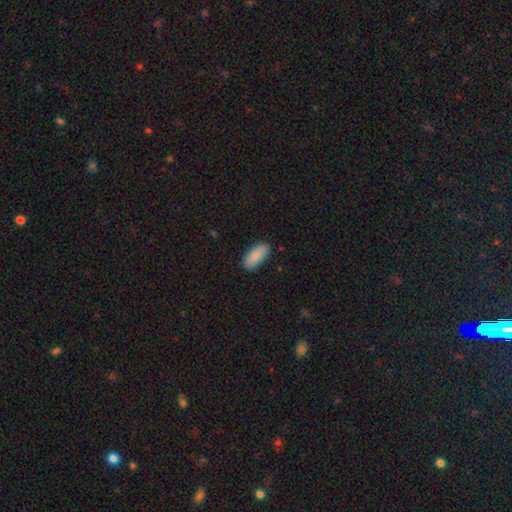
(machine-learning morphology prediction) A smooth galaxy with no disk features (90%) that is in between round and cigar-shaped (84%).

Vote fractions:
- Smooth or featured? smooth: 90% / star or artifact: 6% / featured or disk: 4%
- How rounded? in between: 84% / cigar-shaped: 14% / round: 2%
- Merging? none: 86% / minor disturbance: 11% / major disturbance: 2% / merger: 1%